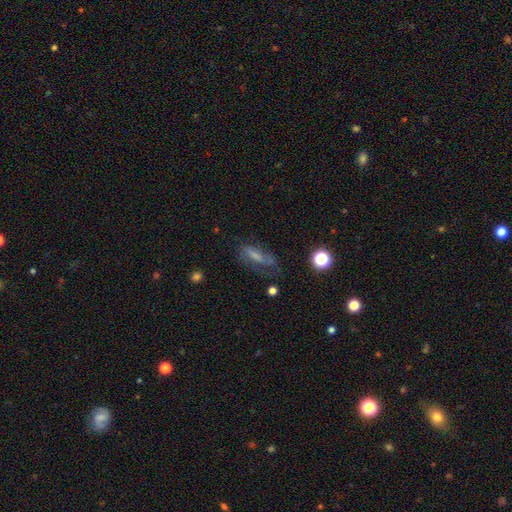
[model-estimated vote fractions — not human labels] This appears to be a smooth galaxy with no disk features (49%). Merging: none (45%).